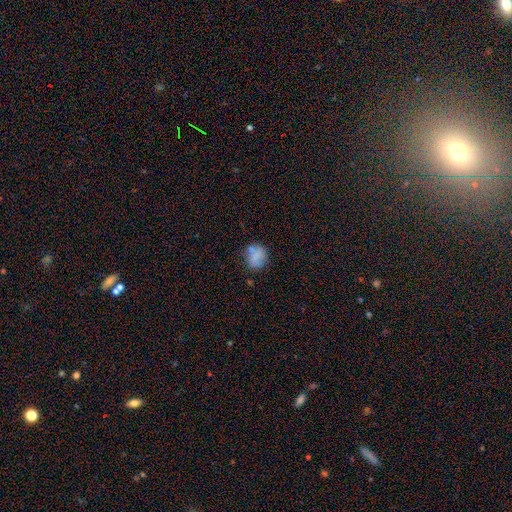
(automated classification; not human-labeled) Smooth or featured? Predicted: smooth (p=0.73). How rounded? Predicted: round (p=0.66). Merging? Predicted: none (p=0.61).